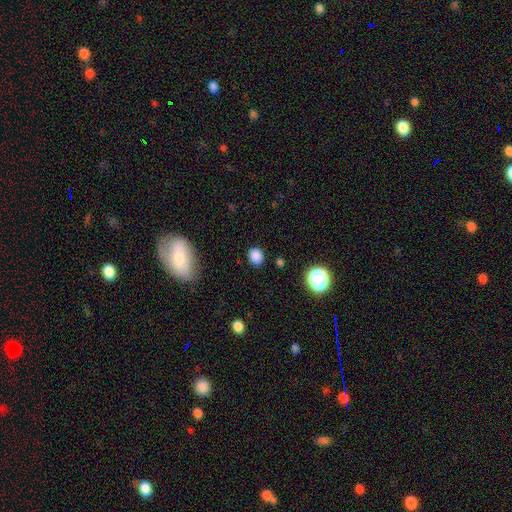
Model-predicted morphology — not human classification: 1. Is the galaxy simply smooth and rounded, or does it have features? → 84% smooth, 13% star or artifact, 4% featured or disk.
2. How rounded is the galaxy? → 61% round, 38% in between, 1% cigar-shaped.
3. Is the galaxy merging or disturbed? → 86% none, 9% minor disturbance, 3% major disturbance, 2% merger.